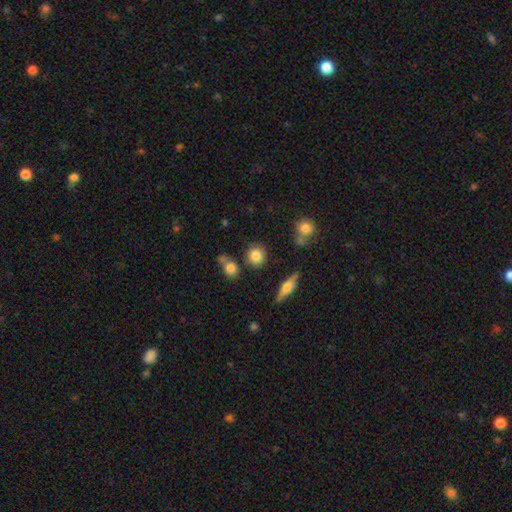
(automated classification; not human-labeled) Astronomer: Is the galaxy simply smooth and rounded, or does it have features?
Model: smooth — 81%.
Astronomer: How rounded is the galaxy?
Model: round — 86%.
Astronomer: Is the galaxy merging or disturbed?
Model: none — 78%.